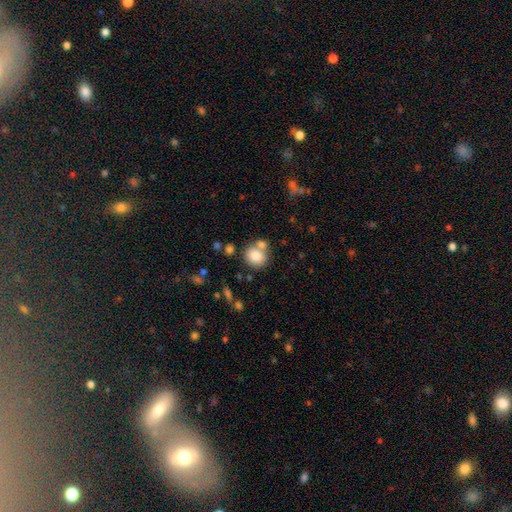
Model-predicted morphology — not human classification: A smooth galaxy with no disk features (82%) that is round (81%). Merging: none (57%).